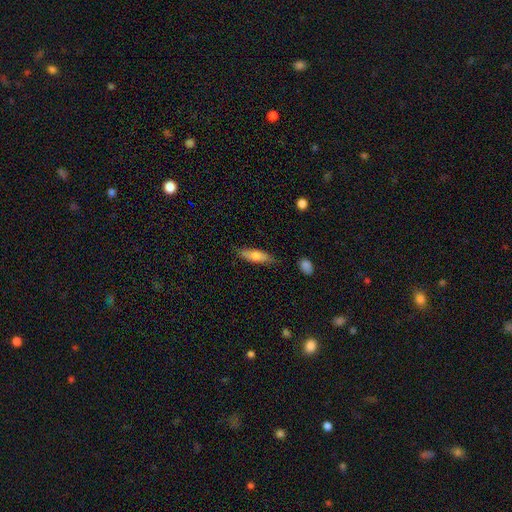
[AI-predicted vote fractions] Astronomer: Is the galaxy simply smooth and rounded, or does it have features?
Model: smooth — 73%.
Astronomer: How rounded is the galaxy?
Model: cigar-shaped — 57% (runner-up: in between, 41%).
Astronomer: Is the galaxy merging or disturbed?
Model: none — 76%.